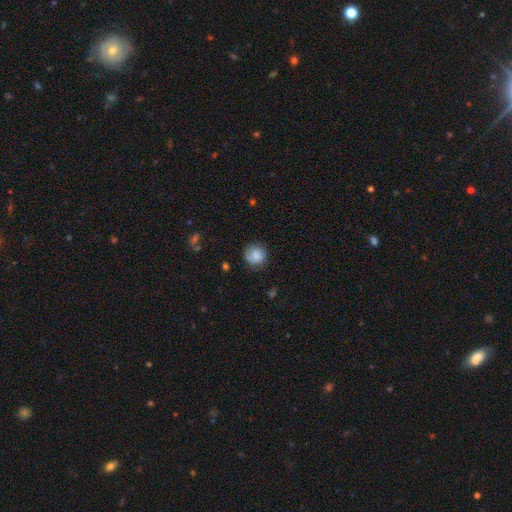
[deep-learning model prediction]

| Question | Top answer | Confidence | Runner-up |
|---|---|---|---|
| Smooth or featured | smooth | 82% | featured or disk (10%) |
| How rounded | round | 90% | in between (9%) |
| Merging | none | 76% | minor disturbance (18%) |